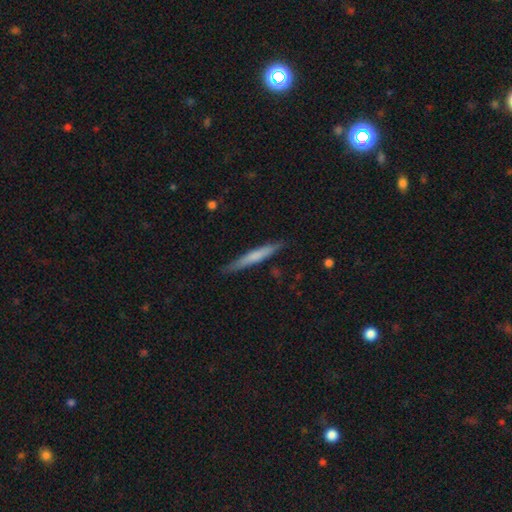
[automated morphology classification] smooth-or-featured: smooth: 60% | featured or disk: 35% | star or artifact: 5%
  how-rounded: cigar-shaped: 96% | in between: 3% | round: 1%
  merging: none: 86% | minor disturbance: 10% | major disturbance: 2% | merger: 1%